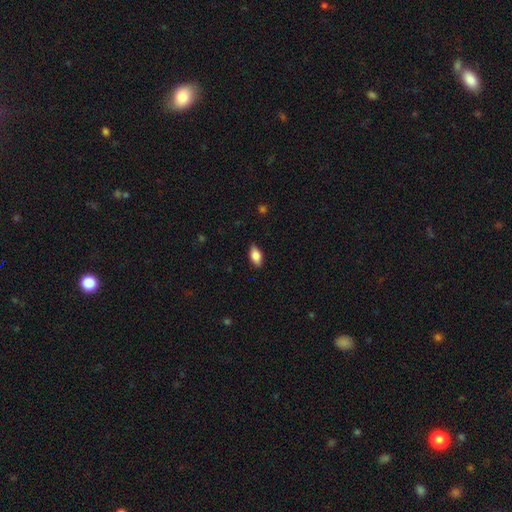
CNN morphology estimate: Overall: smooth (79%). How rounded: in between (89%). Merging: none (86%).